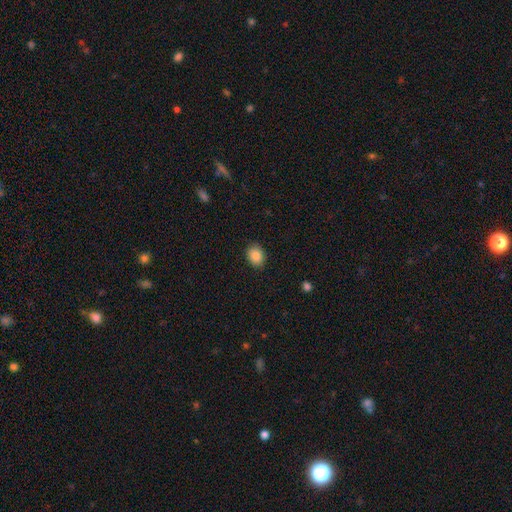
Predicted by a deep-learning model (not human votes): smooth_or_featured: smooth (p=0.87) [alt: star or artifact p=0.09]
how_rounded: in between (p=0.55) [alt: round p=0.44]
merging: none (p=0.88) [alt: minor disturbance p=0.09]